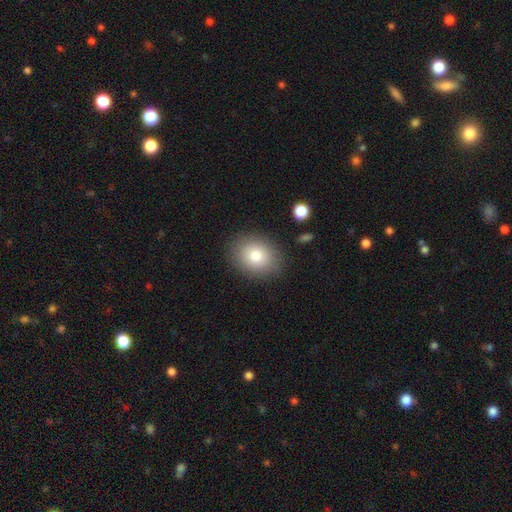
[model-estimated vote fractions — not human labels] smooth_or_featured: smooth (p=0.80) [alt: featured or disk p=0.11]
how_rounded: in between (p=0.52) [alt: round p=0.47]
merging: none (p=0.85) [alt: minor disturbance p=0.10]